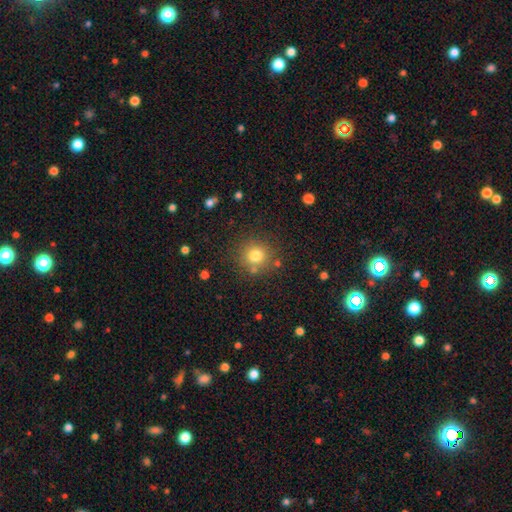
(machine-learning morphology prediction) A smooth galaxy with no disk features (77%) that is round (91%). Merging: none (80%).